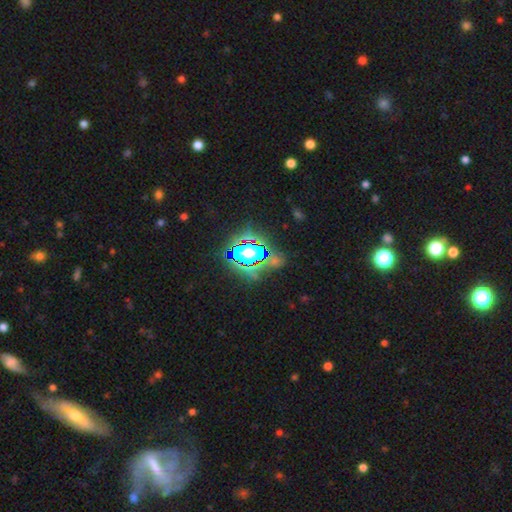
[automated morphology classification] smooth-or-featured: star or artifact: 82% | smooth: 11% | featured or disk: 7%